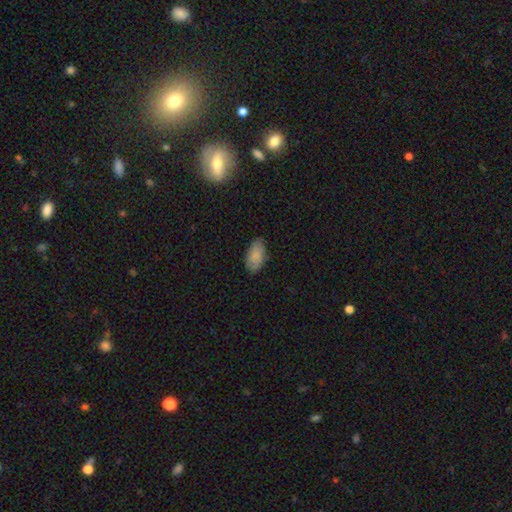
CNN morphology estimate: Smooth or featured?
  - smooth: 84% *
  - featured or disk: 9%
  - star or artifact: 7%
How rounded?
  - in between: 94% *
  - cigar-shaped: 3%
  - round: 3%
Merging?
  - none: 76% *
  - minor disturbance: 20%
  - major disturbance: 3%
  - merger: 1%